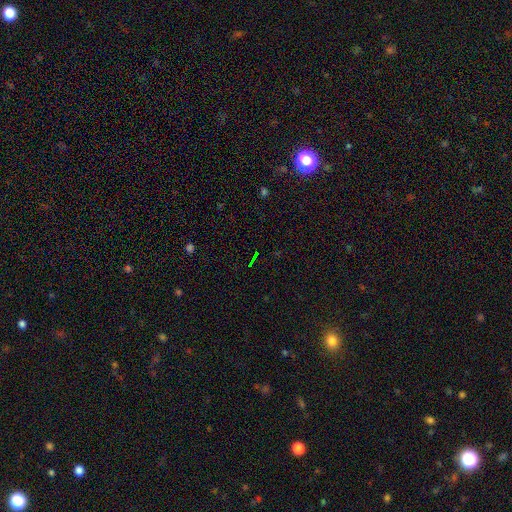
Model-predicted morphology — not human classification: smooth_or_featured: star or artifact (p=0.72) [alt: smooth p=0.16]